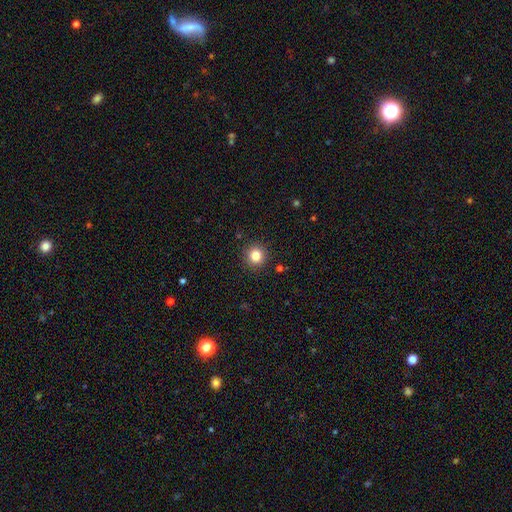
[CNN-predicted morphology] A smooth galaxy with no disk features (83%) that is round (91%).

Vote fractions:
- Smooth or featured? smooth: 83% / star or artifact: 12% / featured or disk: 5%
- How rounded? round: 91% / in between: 8% / cigar-shaped: 1%
- Merging? none: 91% / minor disturbance: 6% / major disturbance: 2% / merger: 1%